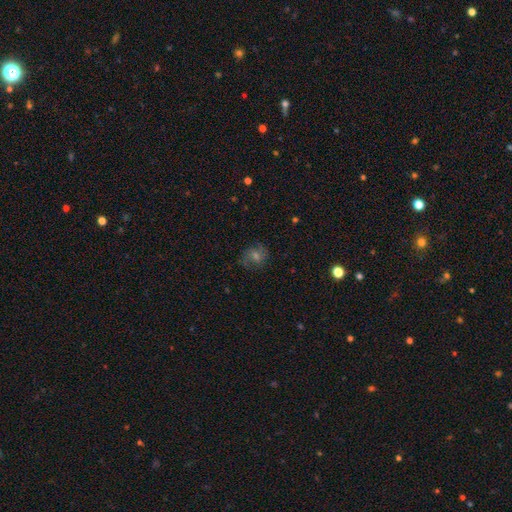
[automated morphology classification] smooth-or-featured: featured or disk: 47% | smooth: 32% | star or artifact: 22%
  merging: none: 75% | minor disturbance: 16% | major disturbance: 8% | merger: 1%